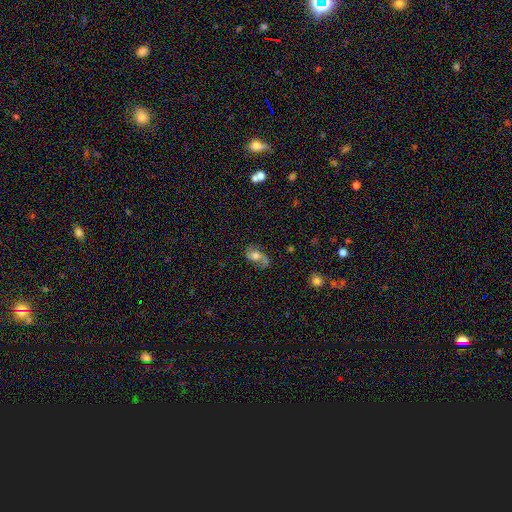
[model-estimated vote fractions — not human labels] Smooth or featured? Predicted: featured or disk (p=0.60). Edge-on disk? Predicted: no (p=0.95). Bar? Predicted: no (p=0.68). Spiral arms? Predicted: yes (p=0.87). Bulge size? Predicted: moderate (p=0.58). Merging? Predicted: none (p=0.65).